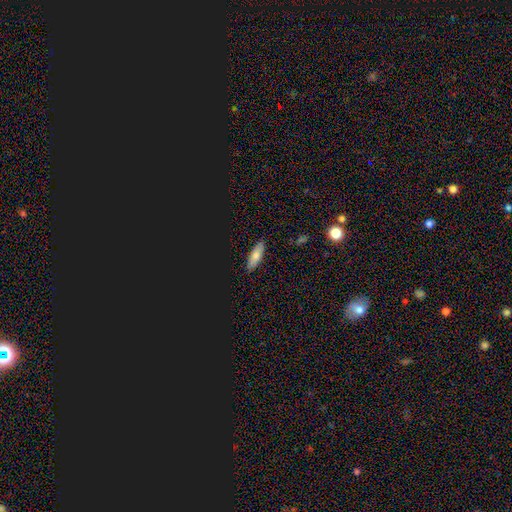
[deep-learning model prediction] Smooth or featured: smooth — 71% (featured or disk — 16%)
How rounded: in between — 65% (cigar-shaped — 32%)
Merging: none — 88% (minor disturbance — 9%)